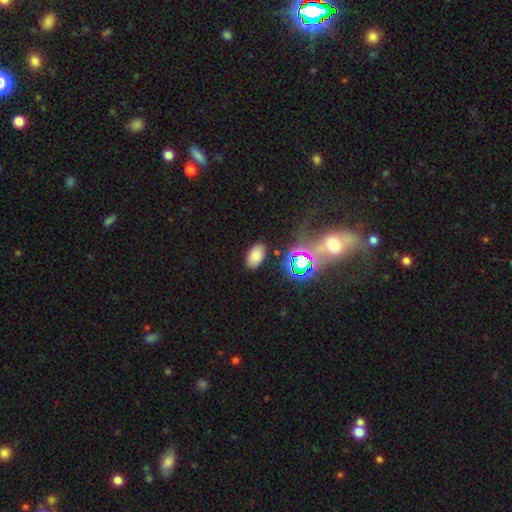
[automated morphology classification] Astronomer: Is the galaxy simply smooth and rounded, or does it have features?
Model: smooth — 72%.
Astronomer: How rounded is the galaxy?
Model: in between — 91%.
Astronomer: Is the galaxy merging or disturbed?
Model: none — 86%.